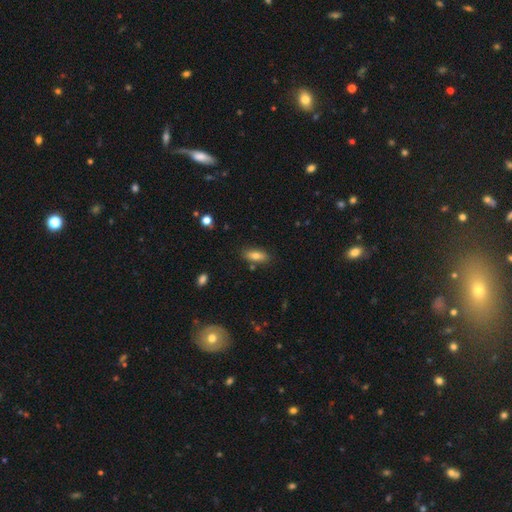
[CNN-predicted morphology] This is likely a smooth galaxy (76%). How rounded: likely in between (74%). Merging: clearly none (82%).